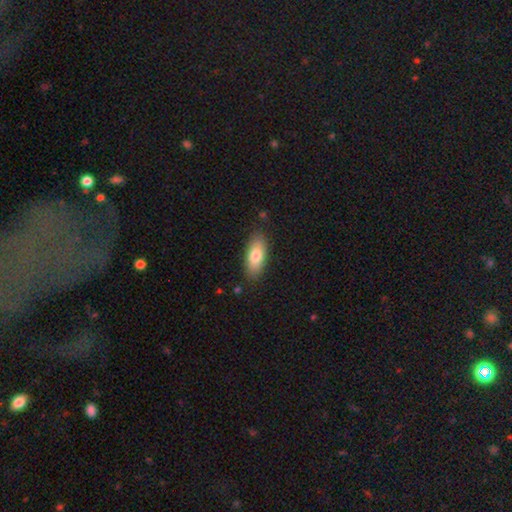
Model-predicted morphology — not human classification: type=smooth (77%); roundness=in between (84%); merging=none (84%).